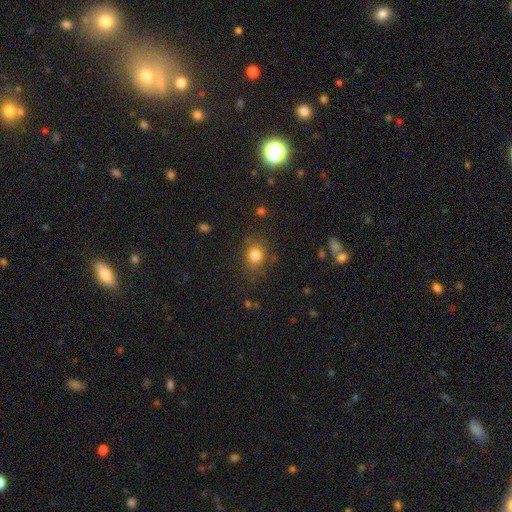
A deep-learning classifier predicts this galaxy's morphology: Q: Smooth or featured?
A: smooth (46%); runner-up: star or artifact (45%)
Q: Merging?
A: none (81%); runner-up: minor disturbance (9%)